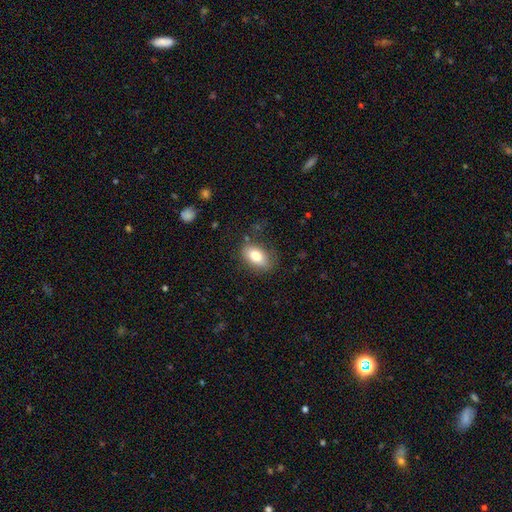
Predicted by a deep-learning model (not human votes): The model was most divided on "merging": none: 77%, minor disturbance: 16%, major disturbance: 5%, merger: 2%. More confident: how rounded — in between (89%); smooth or featured — smooth (79%).